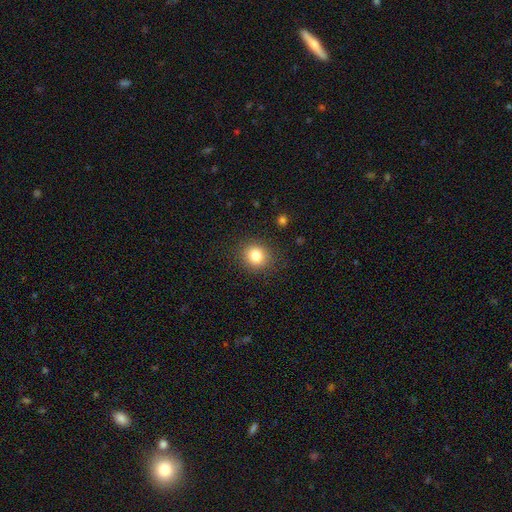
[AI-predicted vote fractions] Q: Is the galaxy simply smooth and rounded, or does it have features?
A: smooth — 82%.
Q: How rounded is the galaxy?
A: round — 85%.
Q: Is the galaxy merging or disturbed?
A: none — 88%.